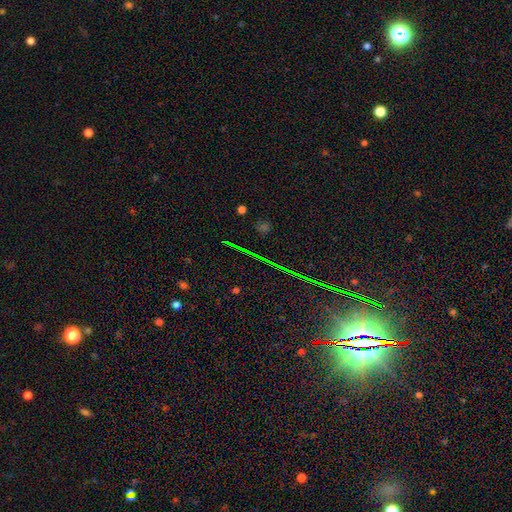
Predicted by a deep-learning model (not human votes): Q: Smooth or featured?
A: star or artifact (86%); runner-up: featured or disk (8%)